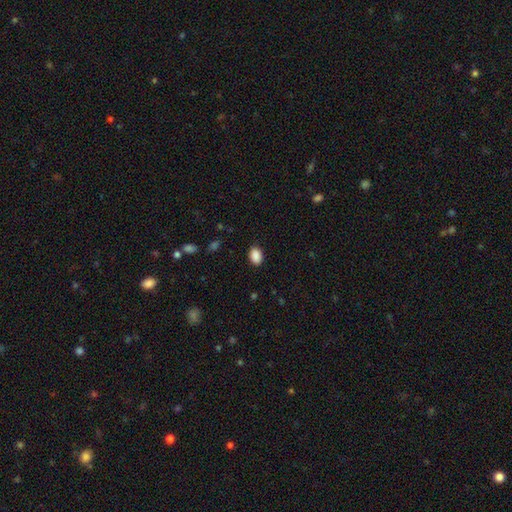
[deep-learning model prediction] A smooth galaxy with no disk features (89%) that is in between round and cigar-shaped (79%).

Vote fractions:
- Smooth or featured? smooth: 89% / star or artifact: 8% / featured or disk: 3%
- How rounded? in between: 79% / round: 20% / cigar-shaped: 1%
- Merging? none: 88% / minor disturbance: 9% / major disturbance: 2% / merger: 1%